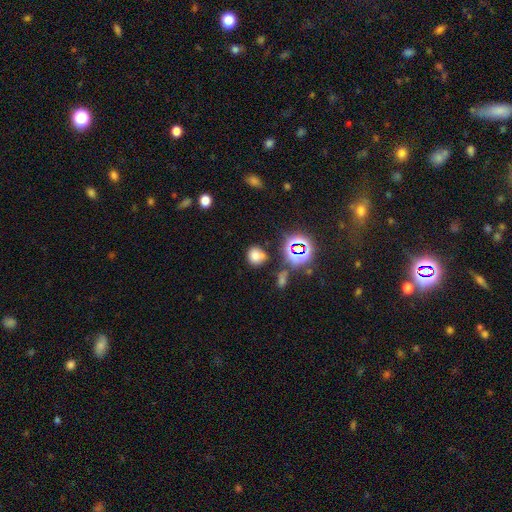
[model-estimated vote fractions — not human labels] smooth-or-featured: smooth: 68% | star or artifact: 23% | featured or disk: 9%
  how-rounded: round: 76% | in between: 23% | cigar-shaped: 1%
  merging: none: 68% | minor disturbance: 17% | merger: 9% | major disturbance: 6%